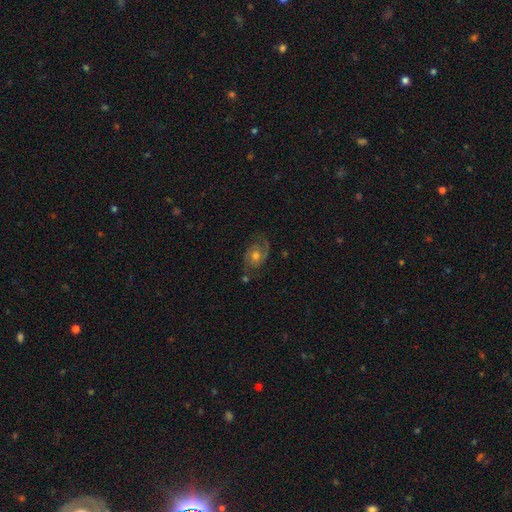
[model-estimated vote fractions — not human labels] A featured or disk galaxy (75%) with no bar (73%), 2 (79%) medium (46%) spiral arms (92%) and a moderate central bulge (68%). Merging: none (69%).